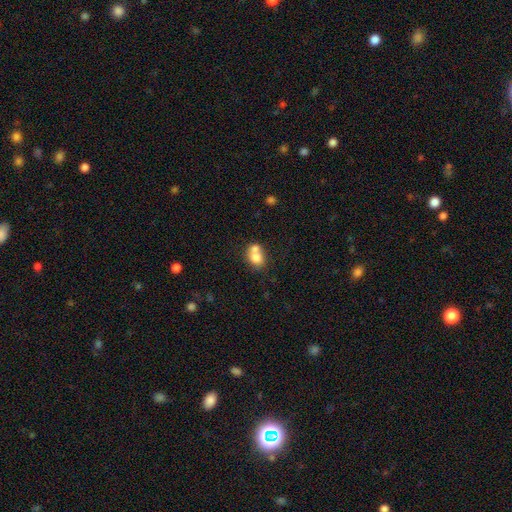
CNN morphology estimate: This appears to be a smooth galaxy with no disk features (75%) that is round (53%). Merging: merger (59%).